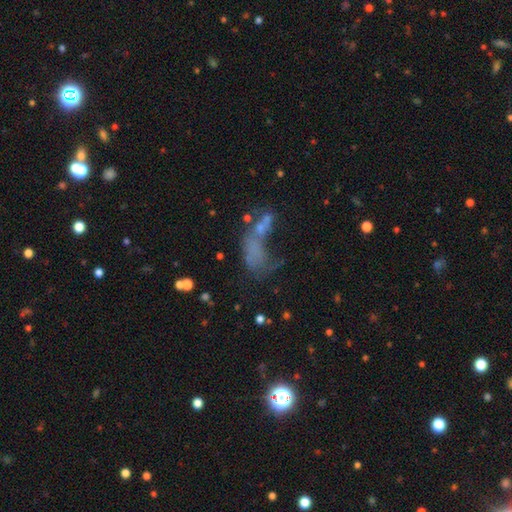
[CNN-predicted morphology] This is marginally a smooth galaxy (43%). Merging: marginally major disturbance (36%).